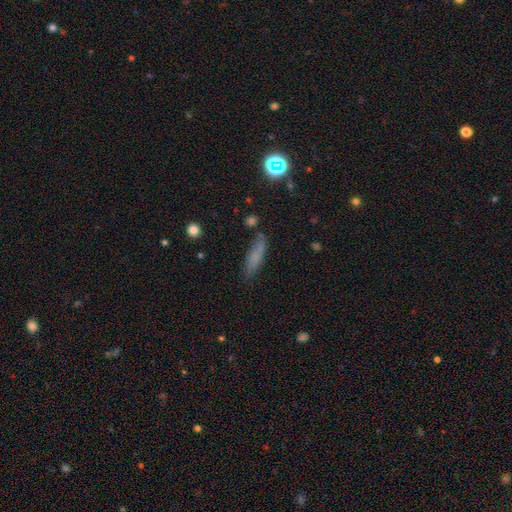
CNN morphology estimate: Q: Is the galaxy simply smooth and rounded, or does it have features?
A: smooth — 70%.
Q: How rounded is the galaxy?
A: cigar-shaped — 70%.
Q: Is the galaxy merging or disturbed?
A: none — 72%.